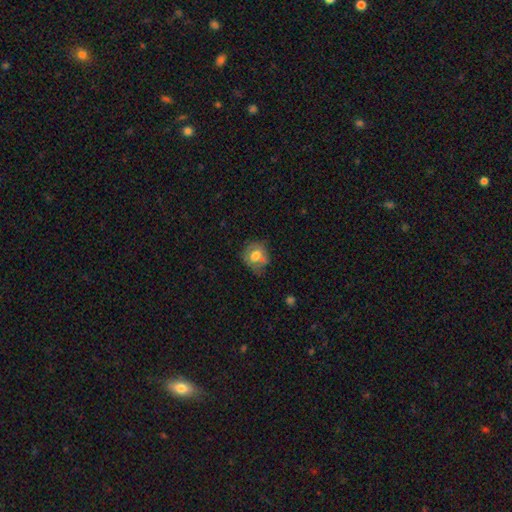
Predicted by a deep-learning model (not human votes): A smooth galaxy with no disk features (65%) that is round (64%). Merging: none (51%).